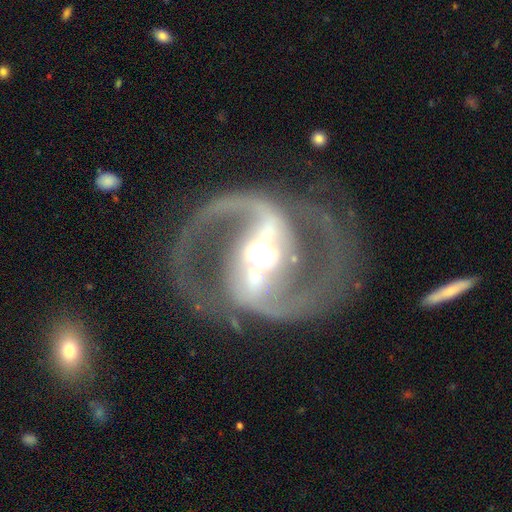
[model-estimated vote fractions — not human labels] smooth-or-featured: featured or disk: 85% | smooth: 8% | star or artifact: 7%
  disk-edge-on: no: 92% | yes: 8%
    bar: strong: 60% | no: 20% | weak: 20%
    has-spiral-arms: yes: 75% | no: 25%
      spiral-winding: loose: 45% | medium: 35% | tight: 19%
      spiral-arm-count: 2: 72% | can't tell: 9% | 1: 9% | 3: 4% | 4: 3% | more than 4: 3%
    bulge-size: moderate: 55% | large: 26% | small: 11% | dominant: 6% | none: 2%
  merging: none: 39% | major disturbance: 31% | merger: 17% | minor disturbance: 13%